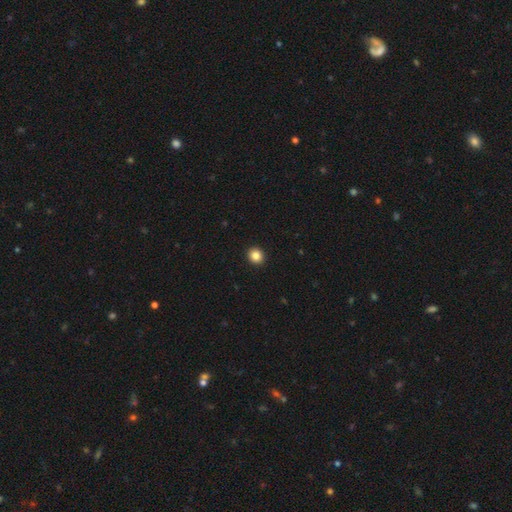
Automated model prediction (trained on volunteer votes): Overall: smooth (85%). How rounded: round (85%). Merging: none (94%).